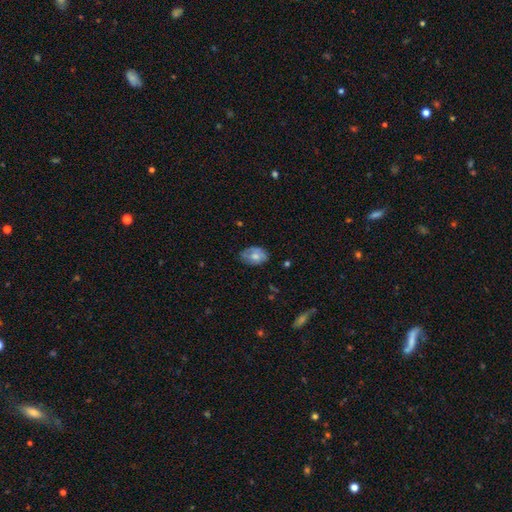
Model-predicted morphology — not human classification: A smooth galaxy with no disk features (59%) that is in between round and cigar-shaped (82%). Merging: none (66%).